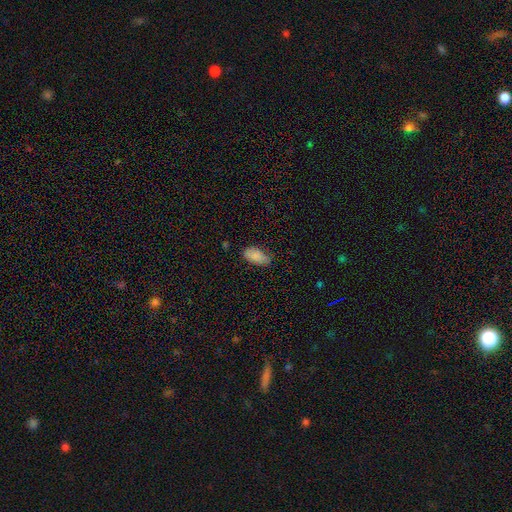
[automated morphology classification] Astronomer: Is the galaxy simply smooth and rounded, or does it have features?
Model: smooth — 86%.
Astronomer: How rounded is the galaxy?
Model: in between — 93%.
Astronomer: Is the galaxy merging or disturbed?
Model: none — 64%.